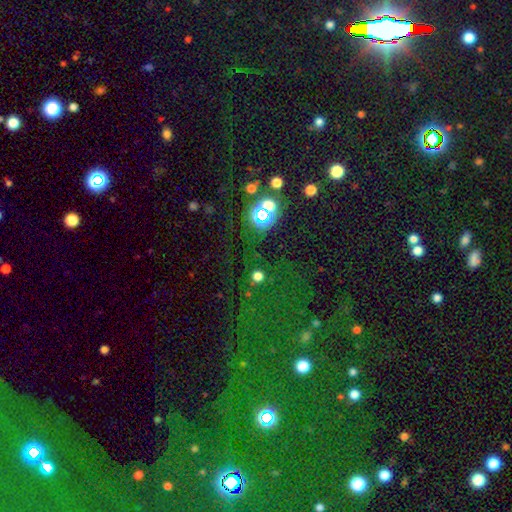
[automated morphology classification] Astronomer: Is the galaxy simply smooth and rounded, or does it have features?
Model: star or artifact — 70%.